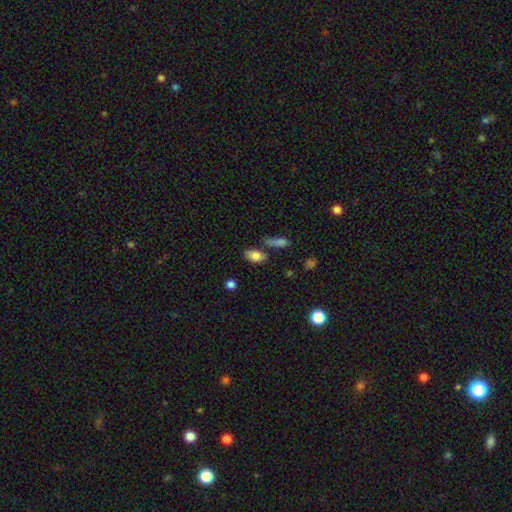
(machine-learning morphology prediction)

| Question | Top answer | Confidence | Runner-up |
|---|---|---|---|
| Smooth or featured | smooth | 80% | featured or disk (12%) |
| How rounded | in between | 88% | round (7%) |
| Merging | none | 66% | minor disturbance (17%) |